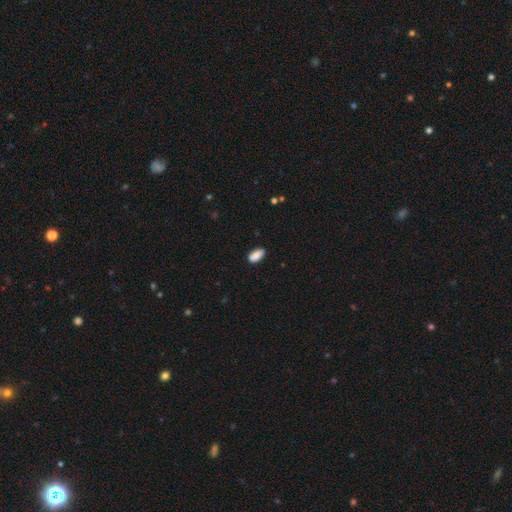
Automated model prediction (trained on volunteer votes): smooth 89%, star or artifact 7%, featured or disk 4%. Down the decision tree: how rounded — in between (91%); merging — none (82%).